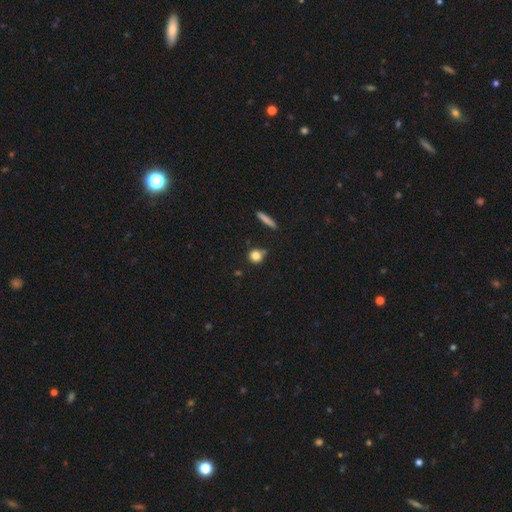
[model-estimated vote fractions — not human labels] This appears to be a smooth galaxy with no disk features (81%) that is round (85%). Merging: none (74%).